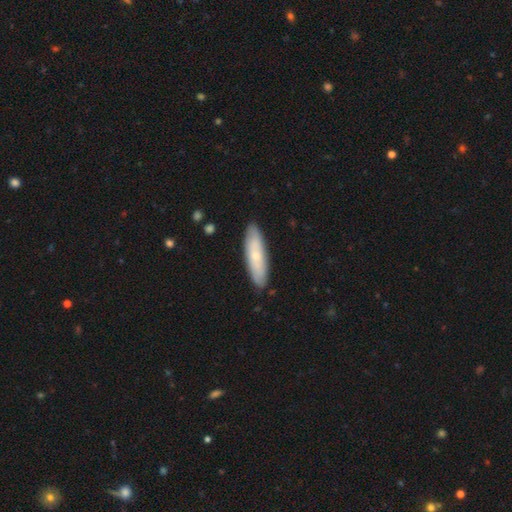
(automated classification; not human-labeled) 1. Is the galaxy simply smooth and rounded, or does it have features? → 66% smooth, 28% featured or disk, 6% star or artifact.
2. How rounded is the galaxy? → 65% cigar-shaped, 33% in between, 2% round.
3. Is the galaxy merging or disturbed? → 88% none, 9% minor disturbance, 2% major disturbance, 1% merger.